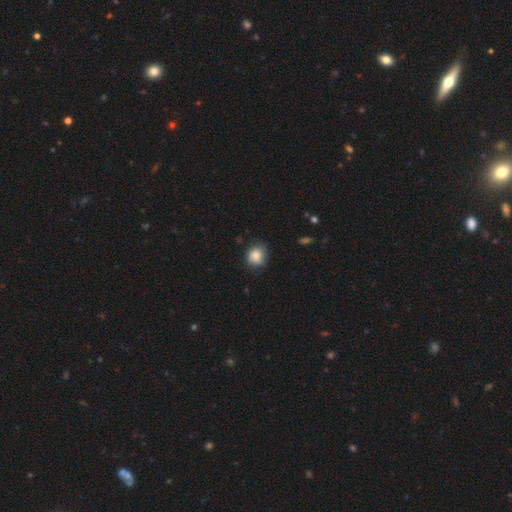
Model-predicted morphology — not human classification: Smooth or featured? smooth (84%)
How rounded? round (69%)
Merging? none (65%)